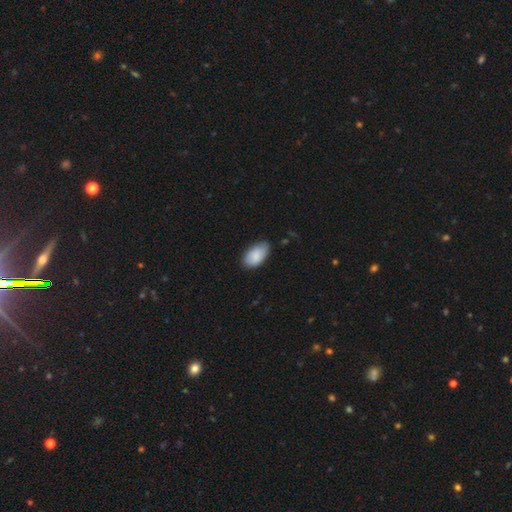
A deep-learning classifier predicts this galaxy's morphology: This appears to be a smooth galaxy with no disk features (86%) that is in between round and cigar-shaped (95%). Merging: none (71%).